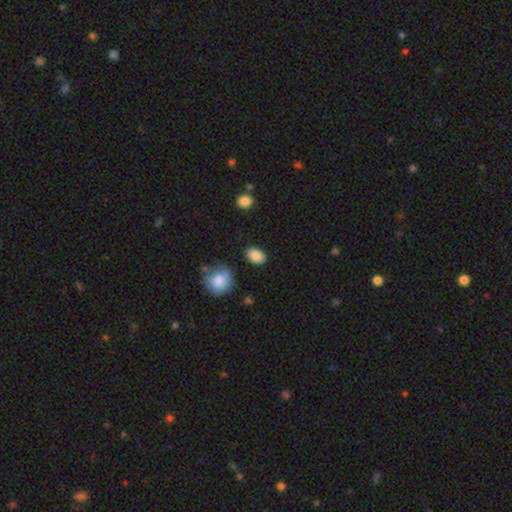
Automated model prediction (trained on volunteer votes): A smooth galaxy with no disk features (86%) that is in between round and cigar-shaped (81%). Merging: none (84%).